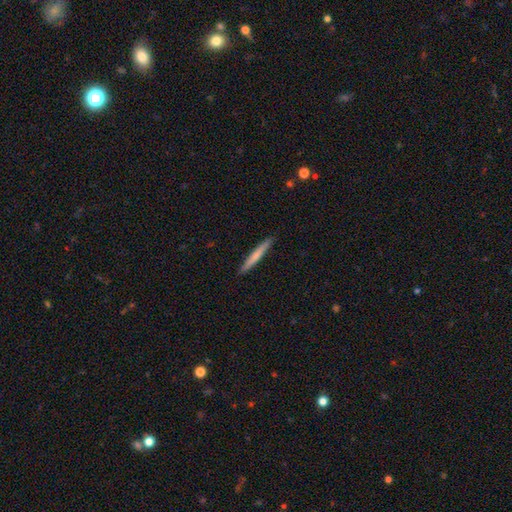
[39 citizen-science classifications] Volunteers were most divided on "smooth or featured": smooth: 51%, featured or disk: 41%, star or artifact: 8%. More confident: how rounded — cigar-shaped (100%); merging — none (92%).